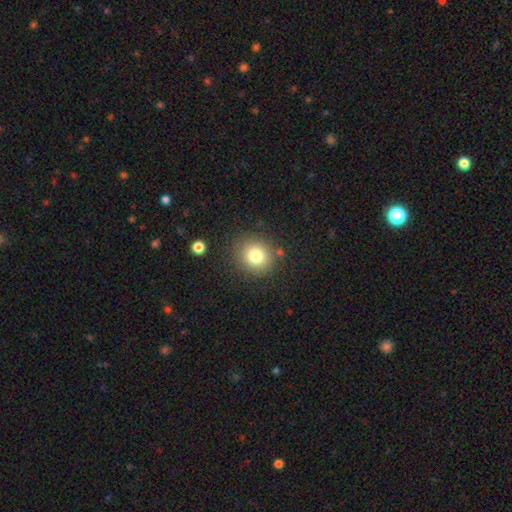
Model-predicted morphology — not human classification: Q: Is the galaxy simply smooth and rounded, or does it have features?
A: smooth — 79%.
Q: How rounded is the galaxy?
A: round — 85%.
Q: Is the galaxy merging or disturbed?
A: none — 84%.